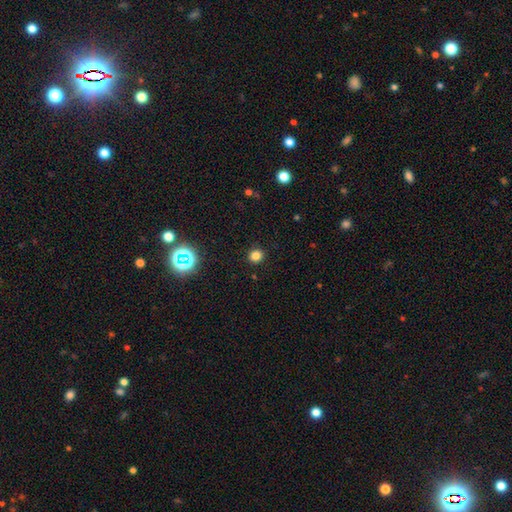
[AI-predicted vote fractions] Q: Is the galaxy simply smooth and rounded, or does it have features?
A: smooth — 79%.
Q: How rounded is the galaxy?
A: round — 88%.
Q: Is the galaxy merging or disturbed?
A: none — 91%.